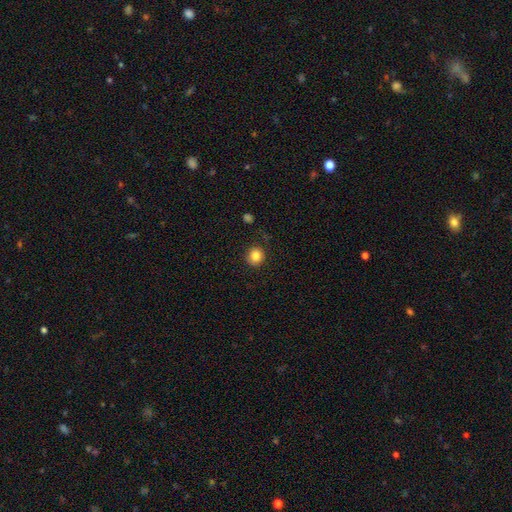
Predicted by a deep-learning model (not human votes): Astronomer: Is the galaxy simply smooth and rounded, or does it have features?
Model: smooth — 83%.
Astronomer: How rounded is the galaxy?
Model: round — 90%.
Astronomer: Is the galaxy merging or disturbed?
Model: none — 86%.